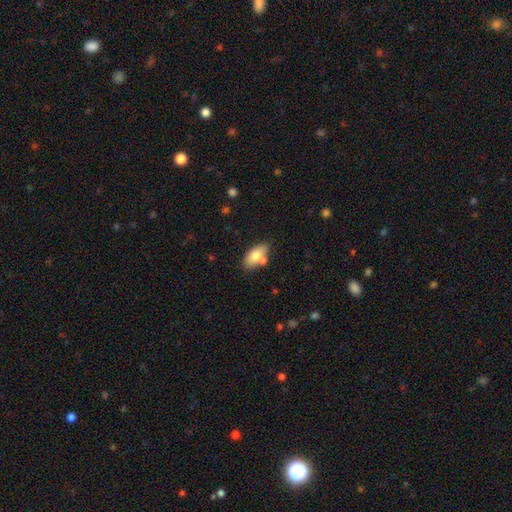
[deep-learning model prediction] Smooth or featured? smooth (77%)
How rounded? in between (91%)
Merging? none (69%)